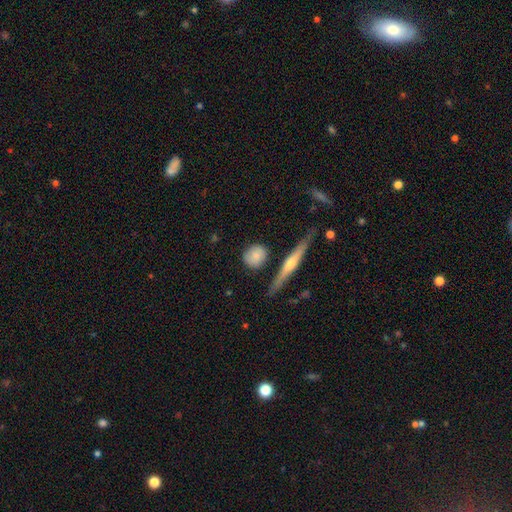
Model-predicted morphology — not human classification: Smooth or featured: smooth — 77% (featured or disk — 16%)
How rounded: round — 80% (in between — 15%)
Merging: none — 80% (minor disturbance — 13%)